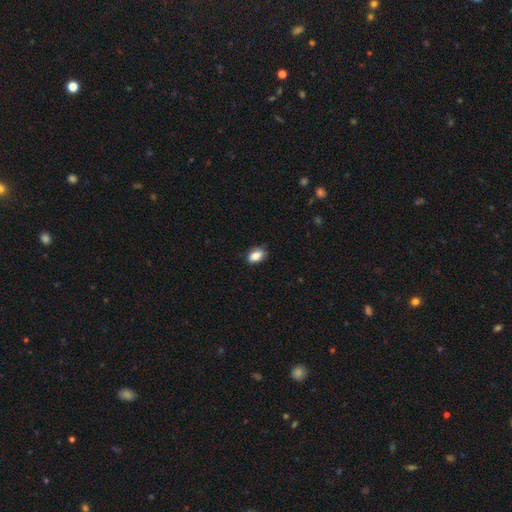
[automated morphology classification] Smooth or featured? Predicted: smooth (p=0.84). How rounded? Predicted: in between (p=0.86). Merging? Predicted: none (p=0.81).